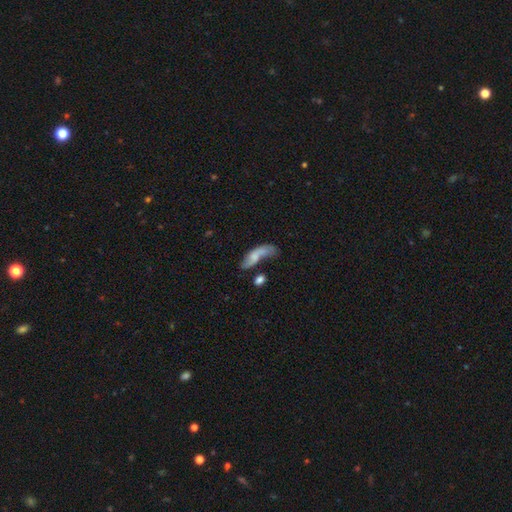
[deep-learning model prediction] The model was most divided on "merging": none: 32%, major disturbance: 24%, minor disturbance: 23%, merger: 21%. More confident: how rounded — in between (62%); smooth or featured — smooth (51%).